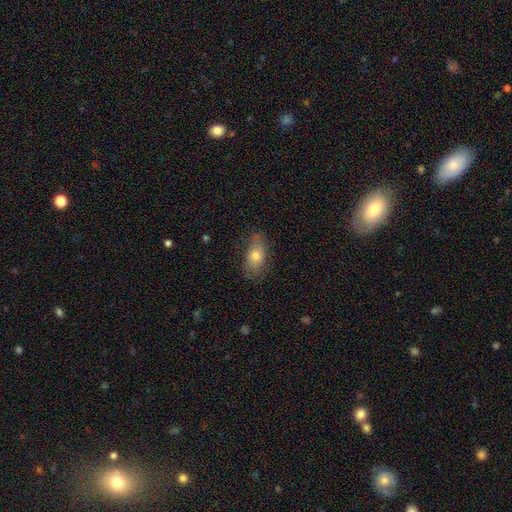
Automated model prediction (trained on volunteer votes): Q: Smooth or featured?
A: smooth (70%); runner-up: featured or disk (22%)
Q: How rounded?
A: in between (87%); runner-up: round (8%)
Q: Merging?
A: none (73%); runner-up: minor disturbance (20%)